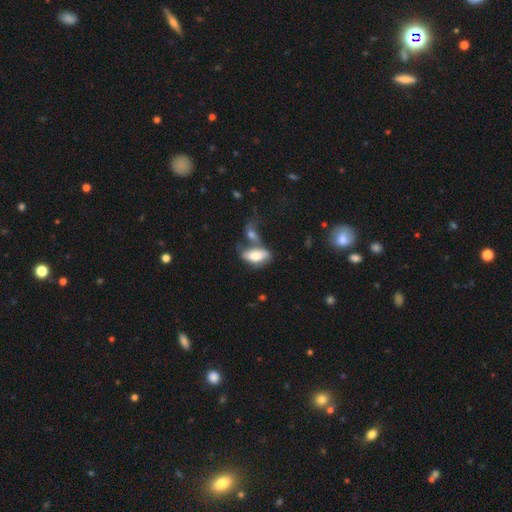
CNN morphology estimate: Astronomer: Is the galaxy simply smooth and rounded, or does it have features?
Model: smooth — 71%.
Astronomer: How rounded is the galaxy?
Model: in between — 90%.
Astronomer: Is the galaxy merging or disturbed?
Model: merger — 42% (runner-up: none, 32%).